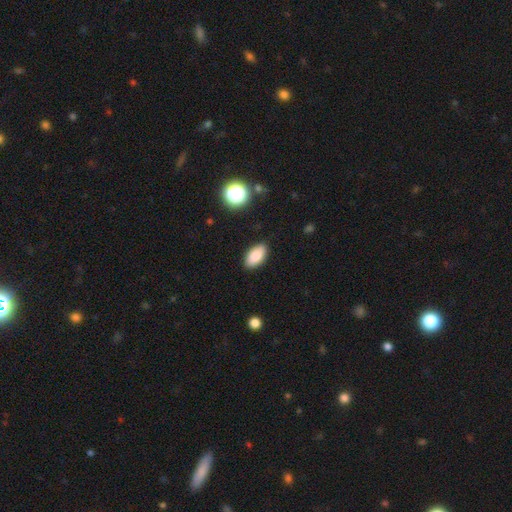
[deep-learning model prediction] Q: Smooth or featured?
A: smooth (85%); runner-up: star or artifact (8%)
Q: How rounded?
A: in between (93%); runner-up: round (4%)
Q: Merging?
A: none (88%); runner-up: minor disturbance (8%)